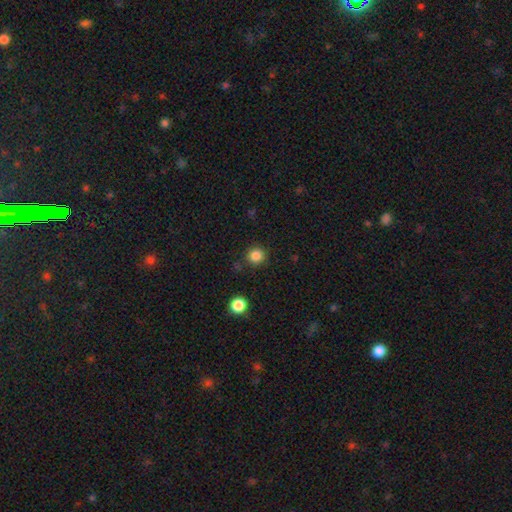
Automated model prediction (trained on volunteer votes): Overall: smooth (84%). How rounded: round (92%). Merging: none (87%).